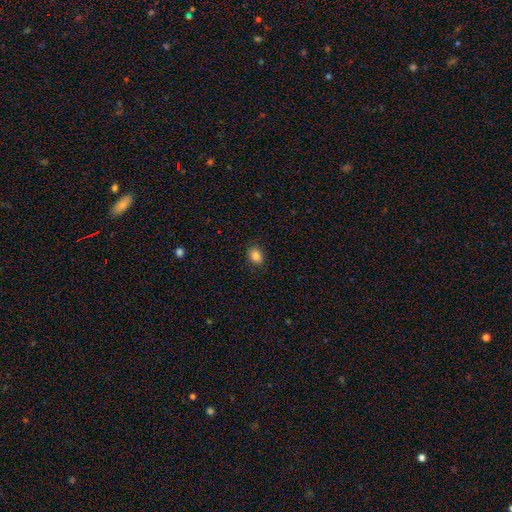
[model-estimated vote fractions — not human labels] A smooth galaxy with no disk features (86%) that is in between round and cigar-shaped (61%). Merging: none (87%).